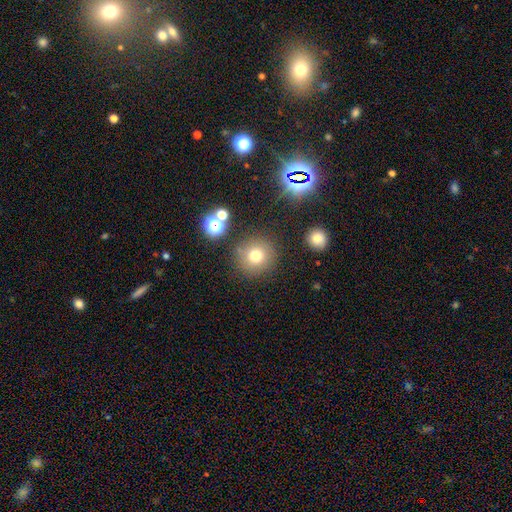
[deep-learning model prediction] A smooth galaxy with no disk features (74%) that is round (93%). Merging: none (84%).